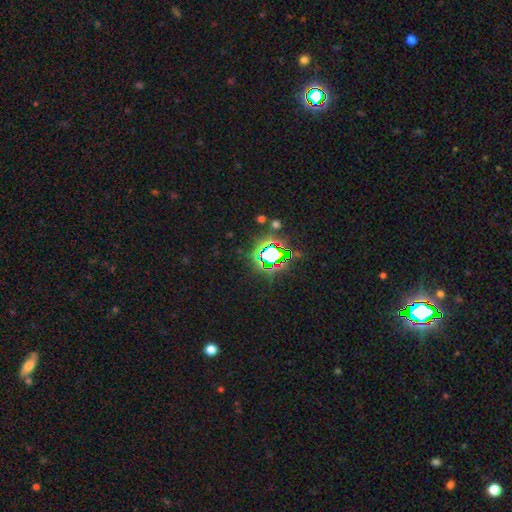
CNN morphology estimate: Smooth or featured? Predicted: star or artifact (p=0.78).